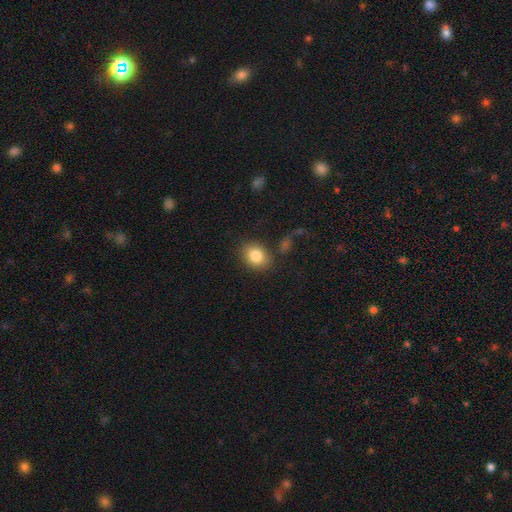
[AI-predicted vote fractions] Smooth or featured? Predicted: smooth (p=0.84). How rounded? Predicted: in between (p=0.53). Merging? Predicted: none (p=0.79).